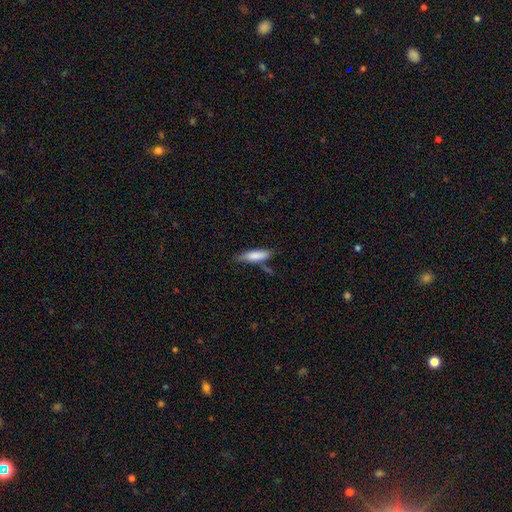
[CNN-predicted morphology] Smooth or featured?
  - smooth: 82% *
  - featured or disk: 12%
  - star or artifact: 6%
How rounded?
  - cigar-shaped: 60% *
  - in between: 39%
  - round: 2%
Merging?
  - none: 65% *
  - minor disturbance: 21%
  - merger: 9%
  - major disturbance: 5%